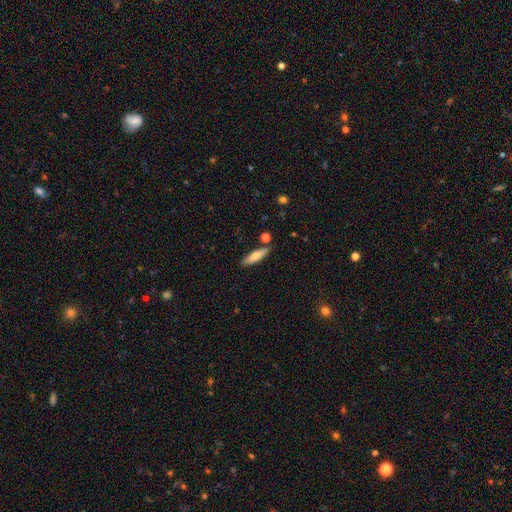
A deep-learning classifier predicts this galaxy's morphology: A smooth galaxy with no disk features (70%) that is cigar-shaped (67%).

Vote fractions:
- Smooth or featured? smooth: 70% / featured or disk: 24% / star or artifact: 6%
- How rounded? cigar-shaped: 67% / in between: 31% / round: 2%
- Merging? none: 83% / minor disturbance: 11% / merger: 5% / major disturbance: 2%